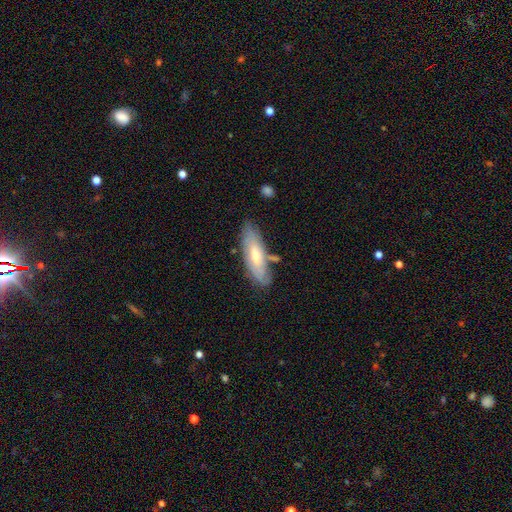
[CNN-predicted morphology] type=smooth (50%); merging=none (70%).